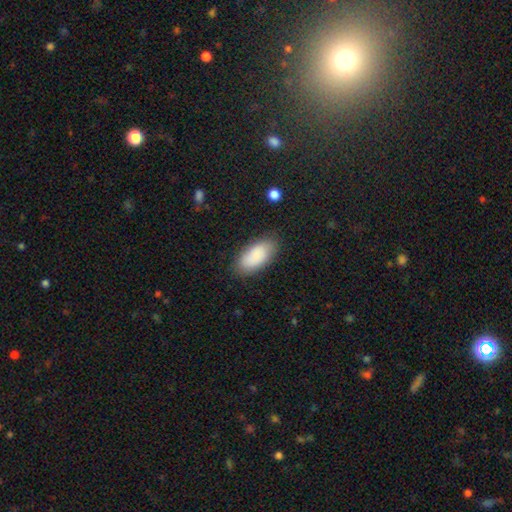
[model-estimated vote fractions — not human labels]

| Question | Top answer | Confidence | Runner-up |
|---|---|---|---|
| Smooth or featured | smooth | 87% | featured or disk (7%) |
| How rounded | in between | 92% | cigar-shaped (6%) |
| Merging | none | 83% | minor disturbance (12%) |